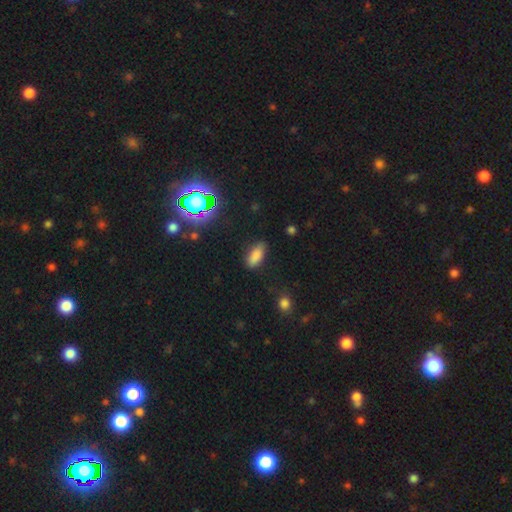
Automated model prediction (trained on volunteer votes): Smooth or featured?
  - smooth: 82% *
  - star or artifact: 12%
  - featured or disk: 6%
How rounded?
  - in between: 87% *
  - cigar-shaped: 10%
  - round: 3%
Merging?
  - none: 77% *
  - minor disturbance: 18%
  - major disturbance: 4%
  - merger: 2%